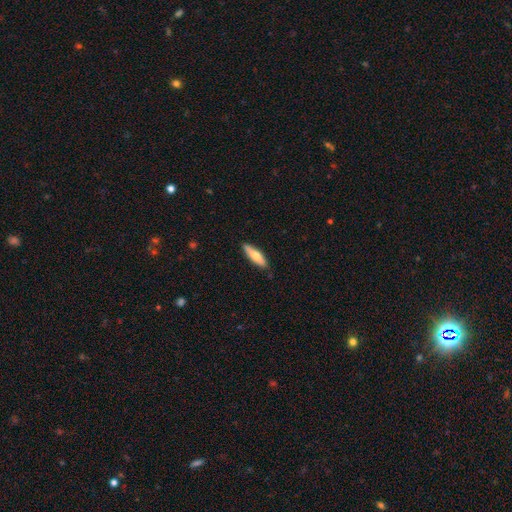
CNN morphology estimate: A smooth galaxy with no disk features (66%) that is cigar-shaped (61%).

Vote fractions:
- Smooth or featured? smooth: 66% / featured or disk: 29% / star or artifact: 5%
- How rounded? cigar-shaped: 61% / in between: 37% / round: 2%
- Merging? none: 87% / minor disturbance: 11% / major disturbance: 2% / merger: 1%